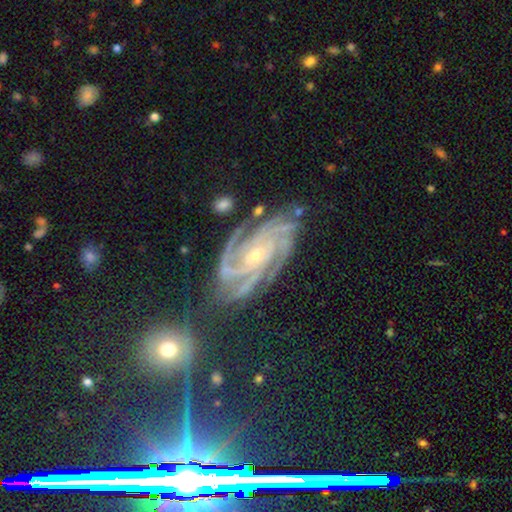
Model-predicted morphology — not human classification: smooth_or_featured: featured or disk (p=0.91) [alt: star or artifact p=0.06]
disk_edge_on: no (p=0.97) [alt: yes p=0.03]
bar: no (p=0.58) [alt: weak p=0.28]
has_spiral_arms: yes (p=0.99) [alt: no p=0.01]
spiral_winding: tight (p=0.68) [alt: medium p=0.28]
spiral_arm_count: 4 (p=0.37) [alt: 3 p=0.21]
bulge_size: small (p=0.77) [alt: moderate p=0.19]
merging: none (p=0.68) [alt: minor disturbance p=0.20]